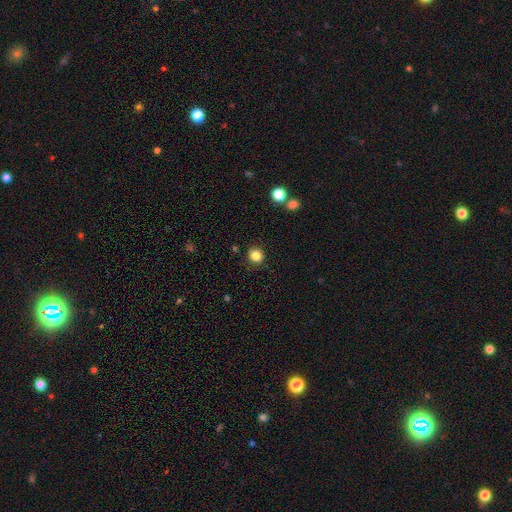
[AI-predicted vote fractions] smooth 84%, star or artifact 12%, featured or disk 5%. Down the decision tree: how rounded — round (90%); merging — none (89%).